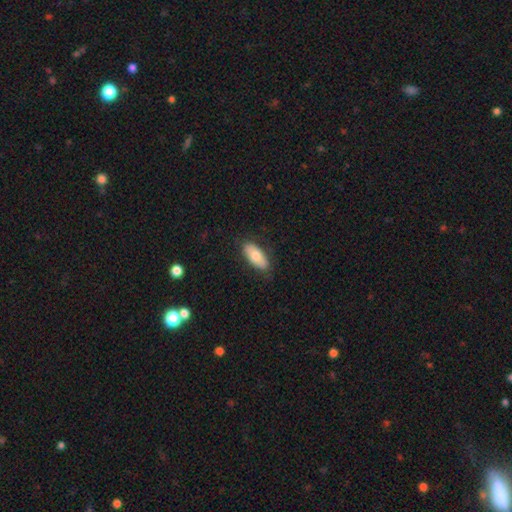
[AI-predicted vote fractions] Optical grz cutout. It shows a smooth galaxy with no disk features (73%) that is in between round and cigar-shaped (87%). Merging: none (82%).